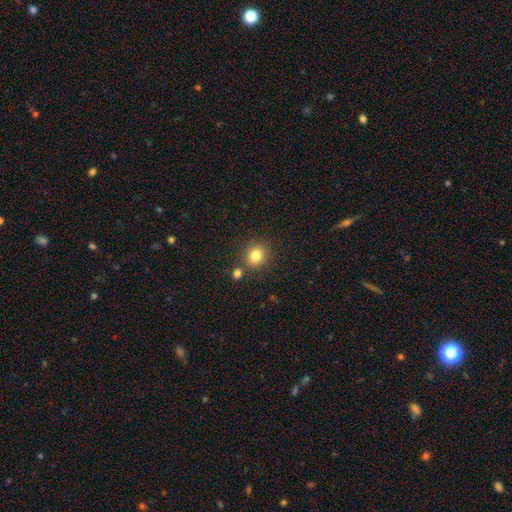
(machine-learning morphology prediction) Overall: smooth (81%). How rounded: round (76%). Merging: none (77%).